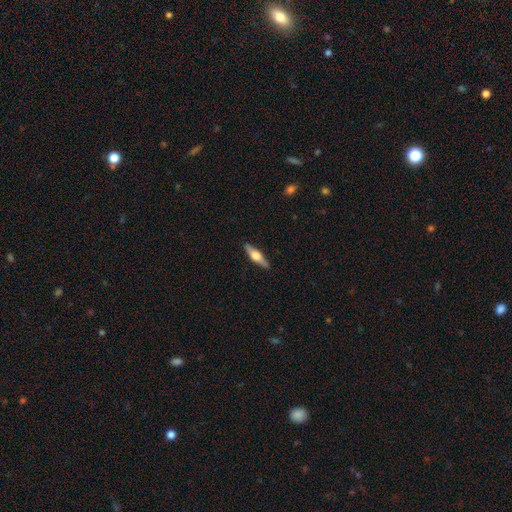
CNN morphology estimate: type=featured or disk (57%); edge-on=yes (95%); edge-on bulge=rounded (92%); merging=none (89%).